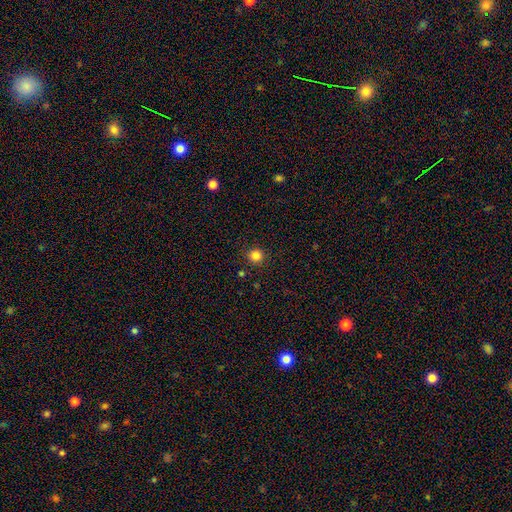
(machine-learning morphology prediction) smooth_or_featured: smooth (p=0.84) [alt: star or artifact p=0.12]
how_rounded: round (p=0.93) [alt: in between p=0.06]
merging: none (p=0.90) [alt: minor disturbance p=0.06]